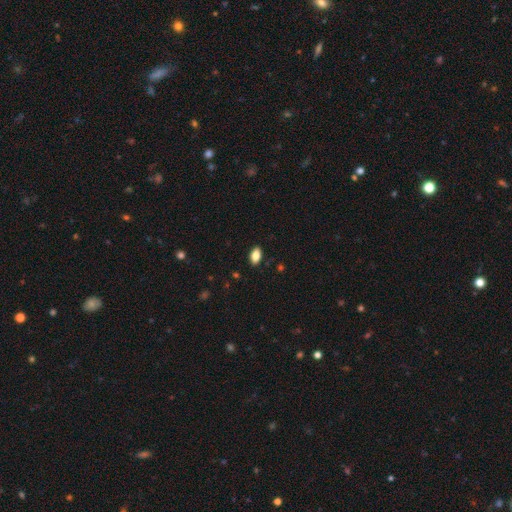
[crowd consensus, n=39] smooth 79%, featured or disk 10%, star or artifact 10%. Down the decision tree: how rounded — in between (94%); merging — none (91%).